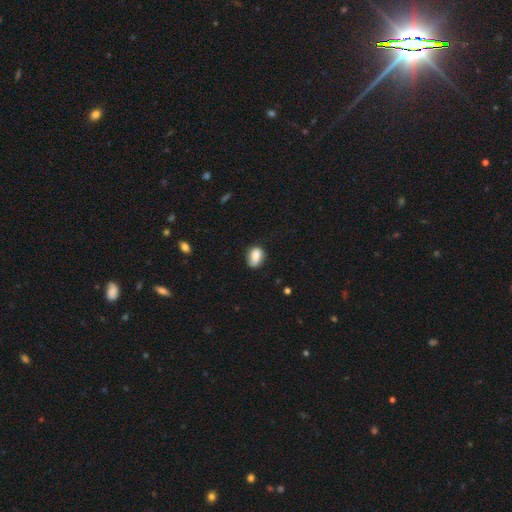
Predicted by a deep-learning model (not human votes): The model was most divided on "merging": none: 69%, minor disturbance: 24%, major disturbance: 5%, merger: 2%. More confident: smooth or featured — smooth (83%); how rounded — in between (72%).